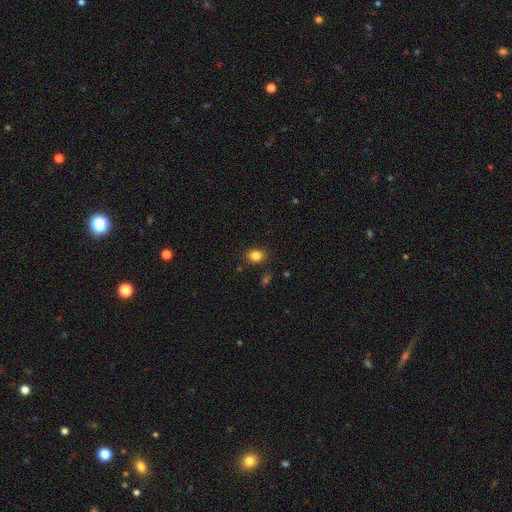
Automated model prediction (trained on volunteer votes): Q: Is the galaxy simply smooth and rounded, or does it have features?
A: smooth — 83%.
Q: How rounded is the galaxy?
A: round — 54%.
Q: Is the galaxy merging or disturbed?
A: none — 86%.